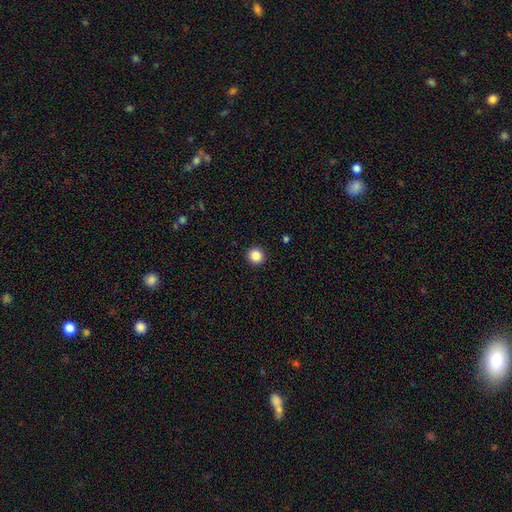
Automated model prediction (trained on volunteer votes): Smooth or featured? smooth (86%)
How rounded? round (94%)
Merging? none (93%)